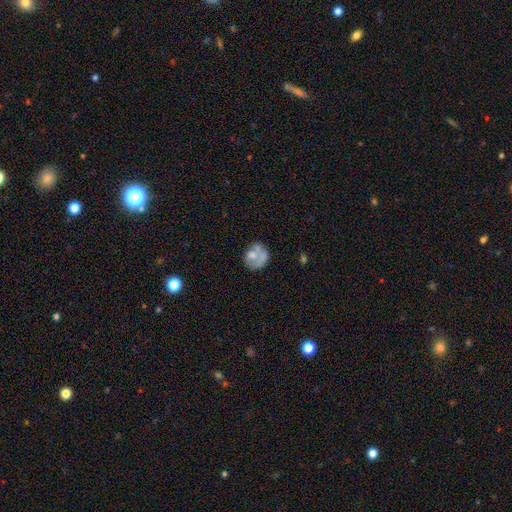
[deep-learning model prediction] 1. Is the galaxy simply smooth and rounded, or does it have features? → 55% smooth, 36% featured or disk, 9% star or artifact.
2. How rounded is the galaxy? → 73% round, 26% in between, 1% cigar-shaped.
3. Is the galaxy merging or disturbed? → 48% none, 23% minor disturbance, 16% major disturbance, 12% merger.